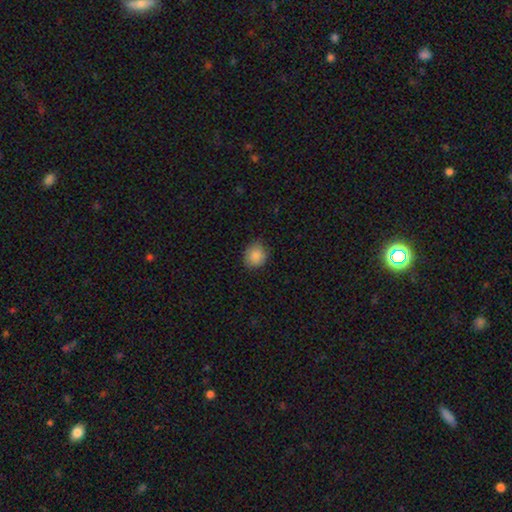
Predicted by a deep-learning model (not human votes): Smooth or featured? Predicted: smooth (p=0.88). How rounded? Predicted: round (p=0.71). Merging? Predicted: none (p=0.83).